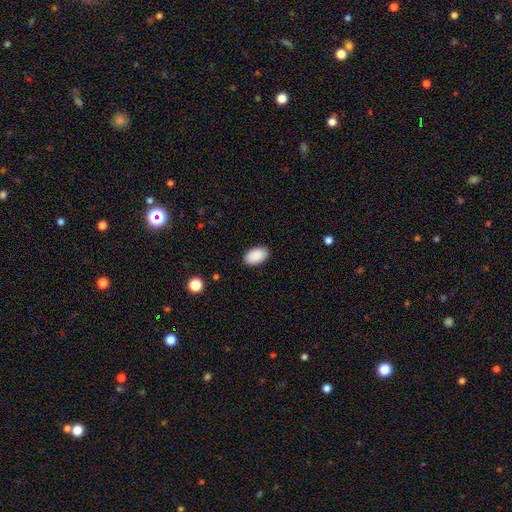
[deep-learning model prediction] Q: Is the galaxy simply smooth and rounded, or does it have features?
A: smooth — 91%.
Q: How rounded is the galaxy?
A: in between — 94%.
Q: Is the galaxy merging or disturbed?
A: none — 89%.